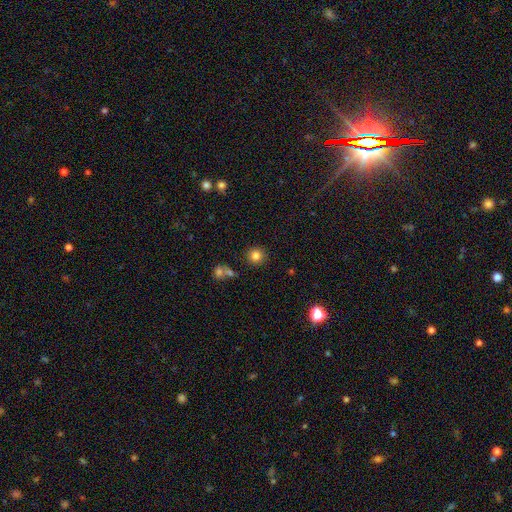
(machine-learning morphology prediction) A smooth galaxy with no disk features (82%) that is round (93%).

Vote fractions:
- Smooth or featured? smooth: 82% / star or artifact: 12% / featured or disk: 6%
- How rounded? round: 93% / in between: 6% / cigar-shaped: 1%
- Merging? none: 85% / minor disturbance: 7% / merger: 5% / major disturbance: 2%